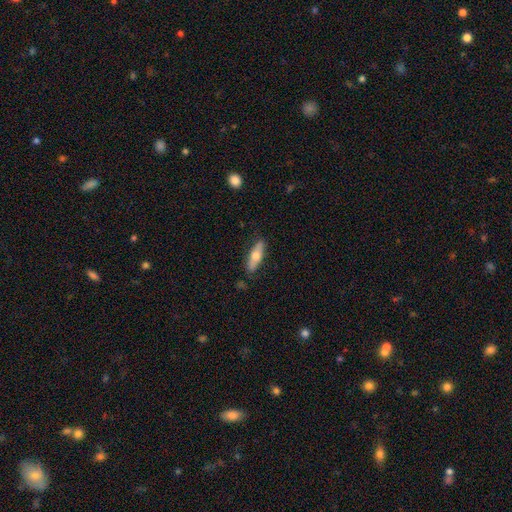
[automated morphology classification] Smooth or featured? Predicted: smooth (p=0.58). How rounded? Predicted: cigar-shaped (p=0.52). Merging? Predicted: none (p=0.83).